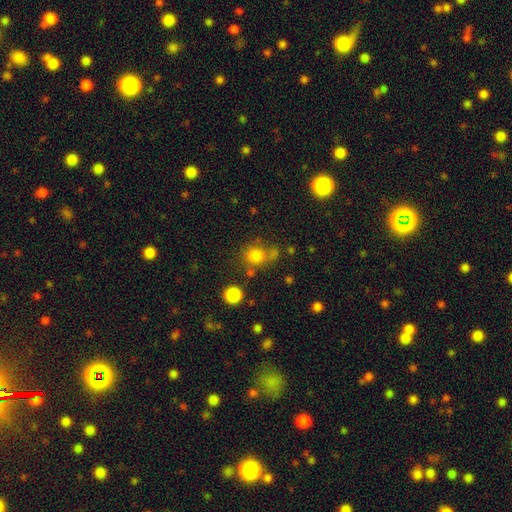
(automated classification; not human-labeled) Overall: smooth (78%). How rounded: round (81%). Merging: none (63%).